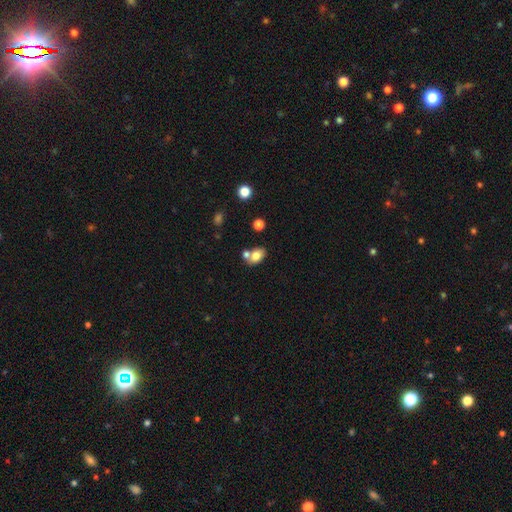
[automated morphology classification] Smooth or featured? Predicted: smooth (p=0.77). How rounded? Predicted: in between (p=0.81). Merging? Predicted: none (p=0.49).